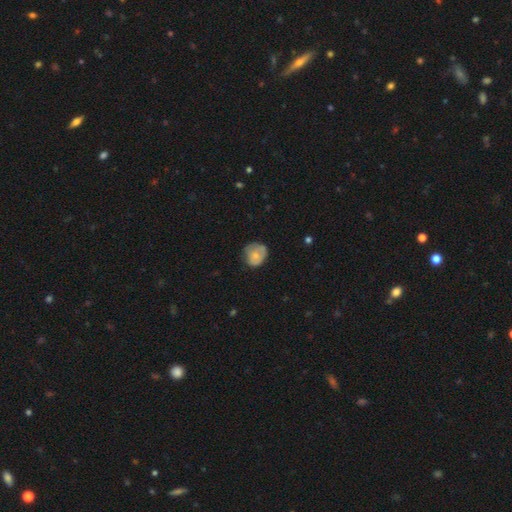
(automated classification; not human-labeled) Smooth or featured?
  - smooth: 68% *
  - featured or disk: 25%
  - star or artifact: 7%
How rounded?
  - round: 73% *
  - in between: 26%
  - cigar-shaped: 1%
Merging?
  - none: 55% *
  - minor disturbance: 33%
  - major disturbance: 10%
  - merger: 2%